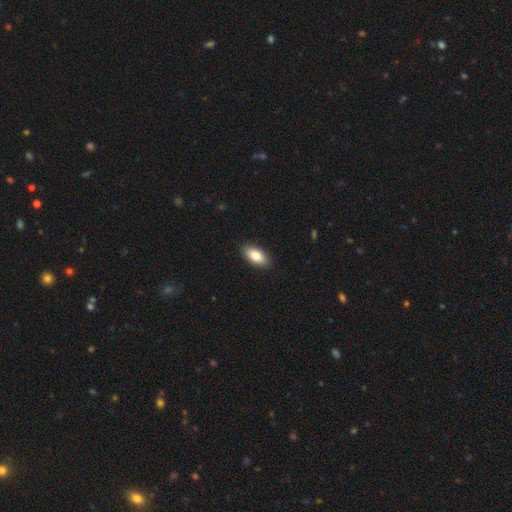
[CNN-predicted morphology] A smooth galaxy with no disk features (84%) that is in between round and cigar-shaped (91%).

Vote fractions:
- Smooth or featured? smooth: 84% / featured or disk: 10% / star or artifact: 6%
- How rounded? in between: 91% / cigar-shaped: 6% / round: 3%
- Merging? none: 89% / minor disturbance: 8% / major disturbance: 2% / merger: 1%